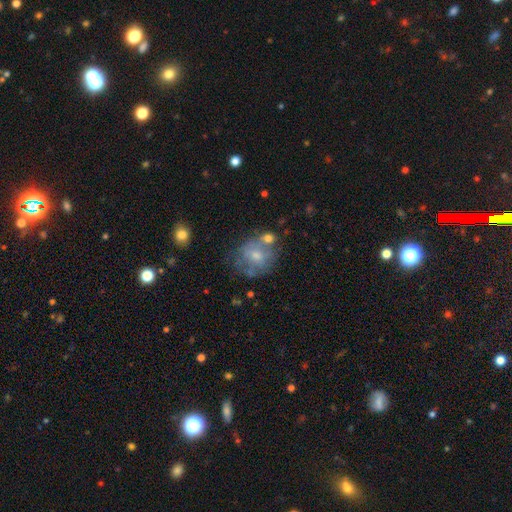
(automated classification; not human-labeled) smooth_or_featured: smooth (p=0.51) [alt: featured or disk p=0.40]
how_rounded: round (p=0.65) [alt: in between p=0.34]
merging: none (p=0.44) [alt: minor disturbance p=0.23]